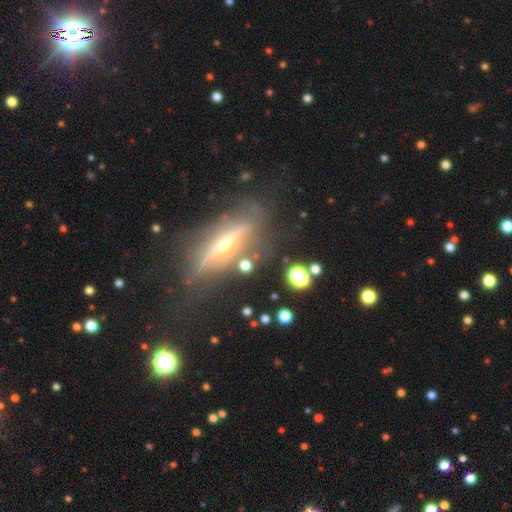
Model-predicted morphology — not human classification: This appears to be a featured or disk galaxy (72%) viewed edge-on (76%) with a rounded central bulge (67%). Merging: none (69%).